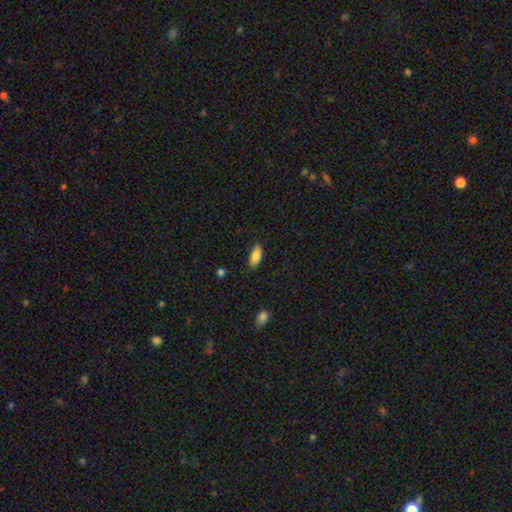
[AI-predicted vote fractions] Smooth or featured: smooth — 84% (featured or disk — 8%)
How rounded: in between — 86% (cigar-shaped — 12%)
Merging: none — 83% (minor disturbance — 13%)